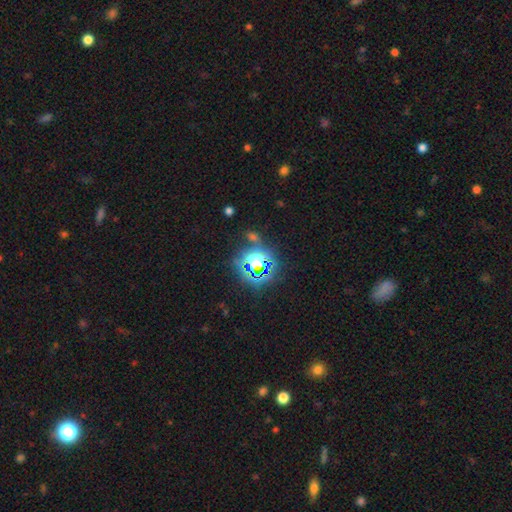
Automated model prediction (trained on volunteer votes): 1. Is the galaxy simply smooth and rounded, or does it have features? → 77% star or artifact, 16% smooth, 8% featured or disk.